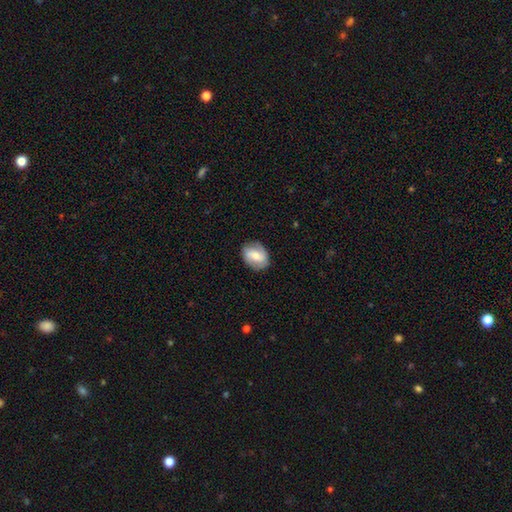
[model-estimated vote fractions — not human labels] A smooth galaxy with no disk features (48%). Merging: none (83%).